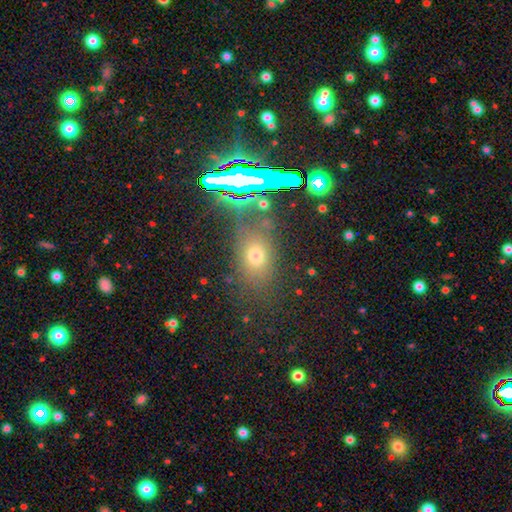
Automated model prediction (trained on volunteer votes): Morphology: type=smooth (61%); roundness=in between (69%); merging=none (75%).